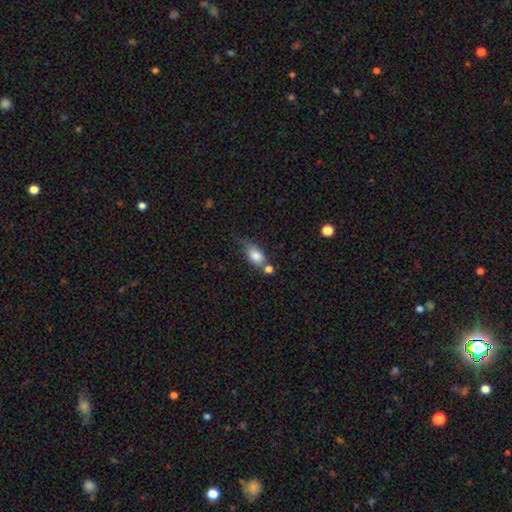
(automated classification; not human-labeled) This appears to be a smooth galaxy with no disk features (80%) that is in between round and cigar-shaped (82%). Merging: none (42%).